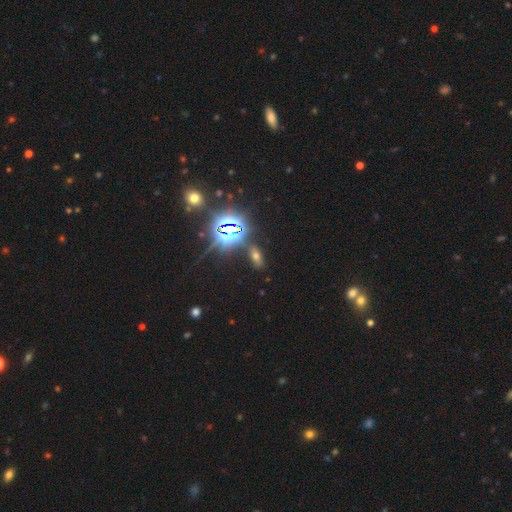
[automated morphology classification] A star or artifact, not a galaxy (48%).

Vote fractions:
- Smooth or featured? star or artifact: 48% / smooth: 40% / featured or disk: 11%